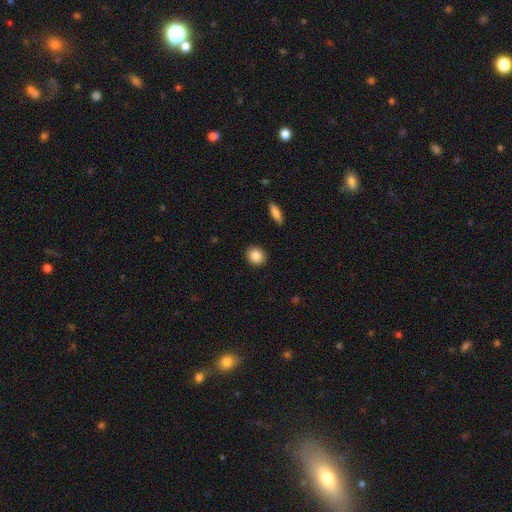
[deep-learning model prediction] Smooth or featured?
  - smooth: 87% *
  - star or artifact: 8%
  - featured or disk: 5%
How rounded?
  - round: 69% *
  - in between: 29%
  - cigar-shaped: 1%
Merging?
  - none: 91% *
  - minor disturbance: 6%
  - major disturbance: 2%
  - merger: 1%